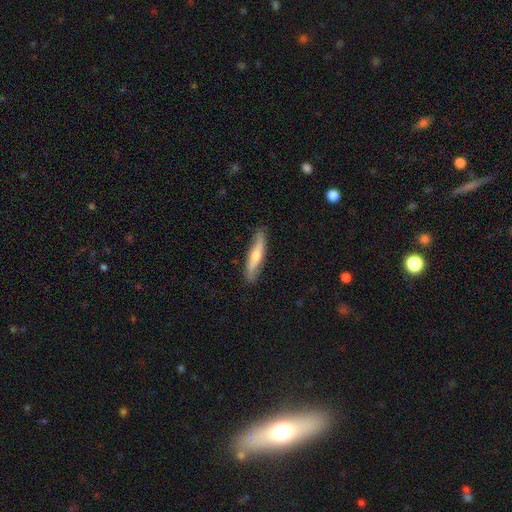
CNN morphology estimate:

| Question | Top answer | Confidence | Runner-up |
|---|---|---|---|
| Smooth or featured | featured or disk | 50% | smooth (43%) |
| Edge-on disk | yes | 74% | no (26%) |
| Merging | none | 87% | minor disturbance (10%) |